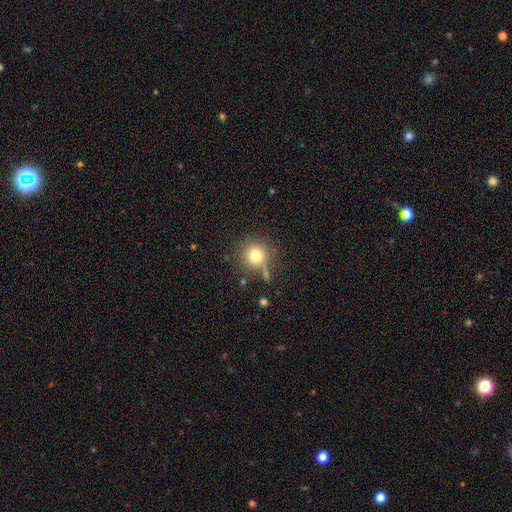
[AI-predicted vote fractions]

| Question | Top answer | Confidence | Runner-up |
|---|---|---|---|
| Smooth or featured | smooth | 77% | star or artifact (13%) |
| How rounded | round | 92% | in between (7%) |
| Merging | none | 73% | minor disturbance (13%) |